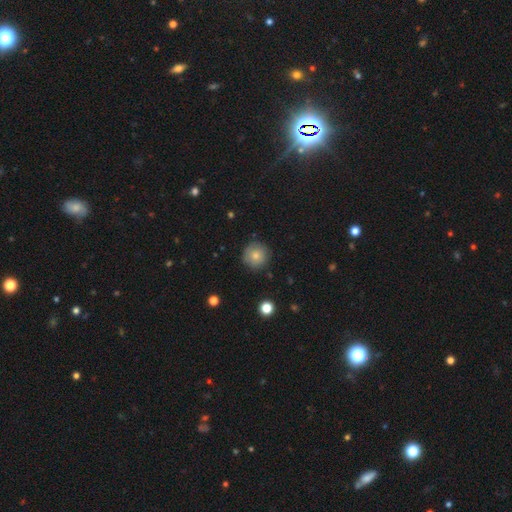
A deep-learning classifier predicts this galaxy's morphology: The model was most divided on "smooth or featured": smooth: 76%, featured or disk: 15%, star or artifact: 9%. More confident: how rounded — round (95%); merging — none (85%).